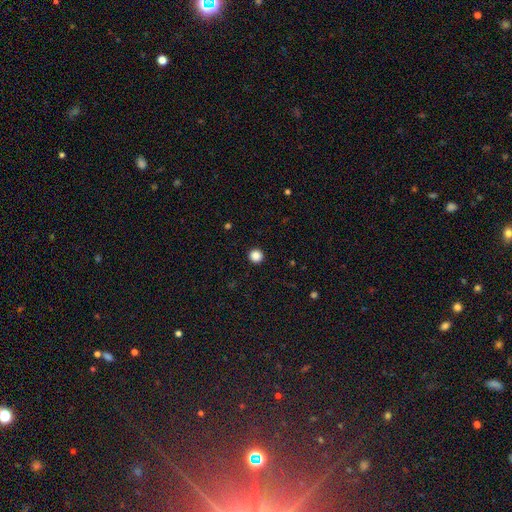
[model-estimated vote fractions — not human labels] smooth_or_featured: smooth (p=0.87) [alt: star or artifact p=0.11]
how_rounded: round (p=0.96) [alt: in between p=0.03]
merging: none (p=0.94) [alt: minor disturbance p=0.04]